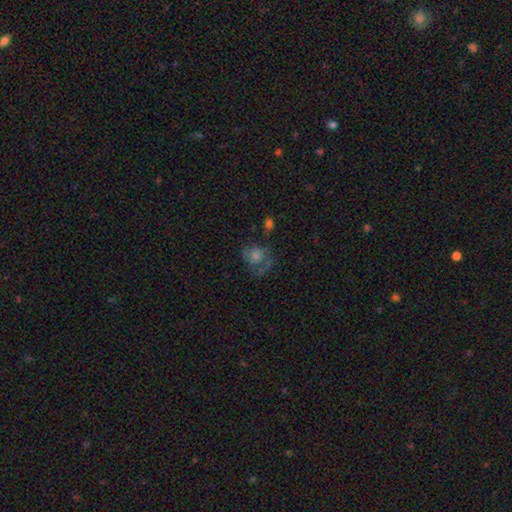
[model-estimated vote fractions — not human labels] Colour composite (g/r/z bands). It shows a smooth galaxy with no disk features (43%). Merging: none (43%).